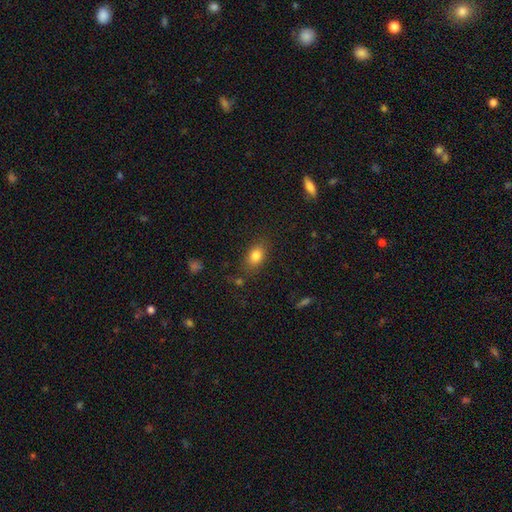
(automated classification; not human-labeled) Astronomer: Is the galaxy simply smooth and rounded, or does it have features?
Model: smooth — 82%.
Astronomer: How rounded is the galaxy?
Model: in between — 78%.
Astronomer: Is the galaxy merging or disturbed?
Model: none — 81%.